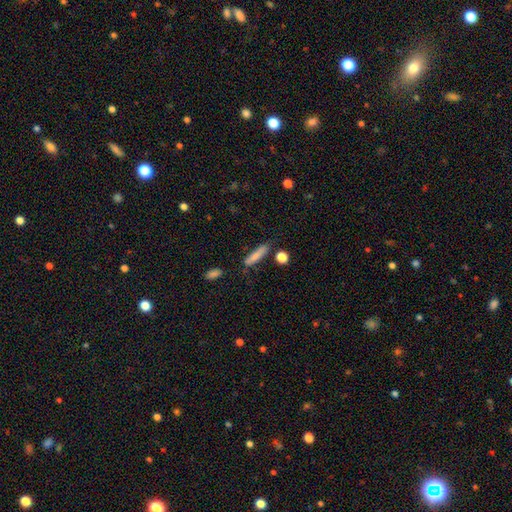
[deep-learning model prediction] Q: Smooth or featured?
A: smooth (79%); runner-up: featured or disk (13%)
Q: How rounded?
A: cigar-shaped (81%); runner-up: in between (17%)
Q: Merging?
A: none (73%); runner-up: minor disturbance (17%)